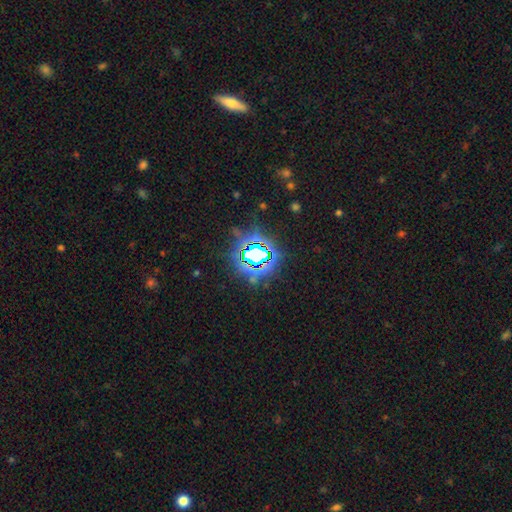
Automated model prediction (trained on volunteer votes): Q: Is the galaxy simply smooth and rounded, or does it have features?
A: star or artifact — 76%.